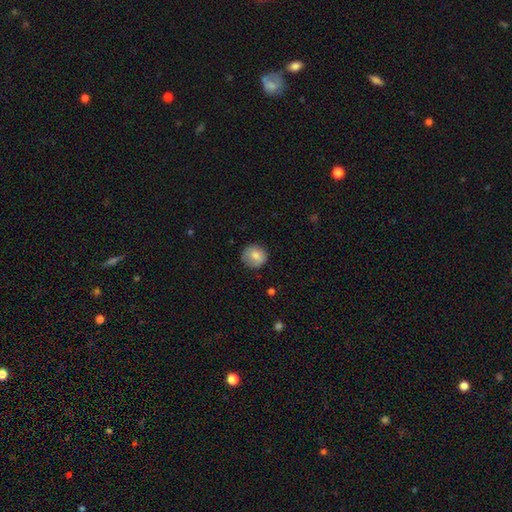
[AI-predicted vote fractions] Smooth or featured? smooth (78%)
How rounded? round (91%)
Merging? none (84%)